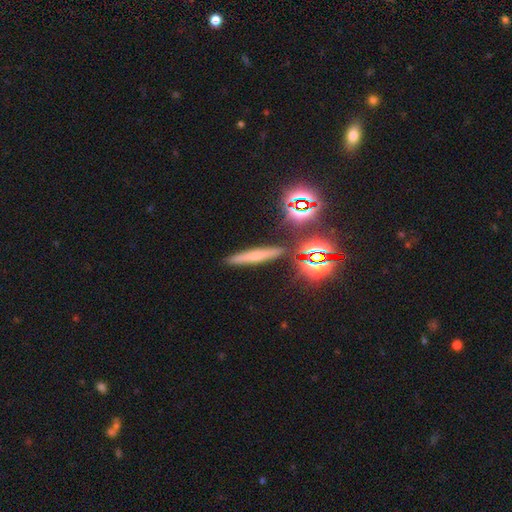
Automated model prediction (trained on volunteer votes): The model was most divided on "smooth or featured": smooth: 47%, featured or disk: 29%, star or artifact: 24%. More confident: merging — none (87%).